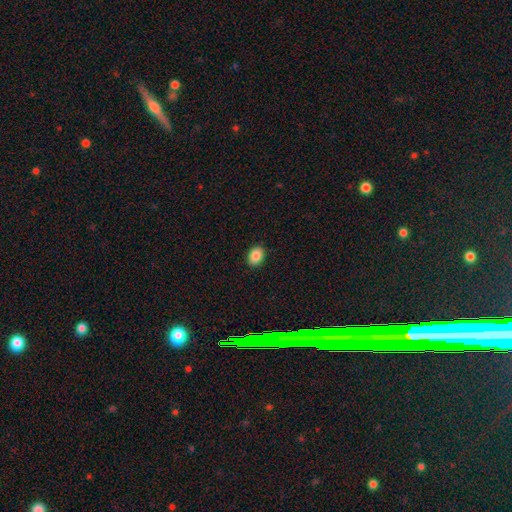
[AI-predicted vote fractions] smooth-or-featured: smooth: 86% | star or artifact: 9% | featured or disk: 5%
  how-rounded: in between: 73% | round: 26% | cigar-shaped: 1%
  merging: none: 90% | minor disturbance: 8% | major disturbance: 2% | merger: 1%